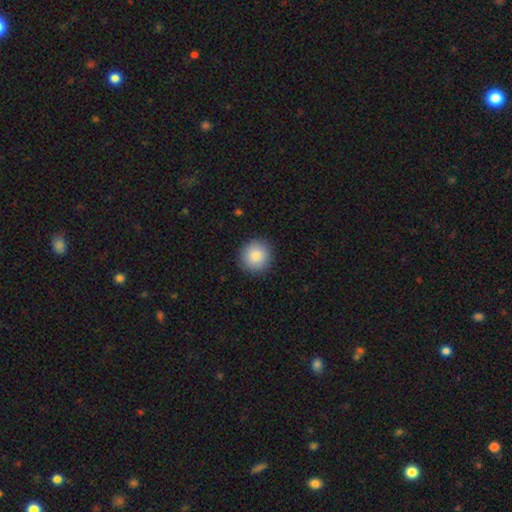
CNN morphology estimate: This is clearly a smooth galaxy (87%). How rounded: clearly round (94%). Merging: clearly none (91%).